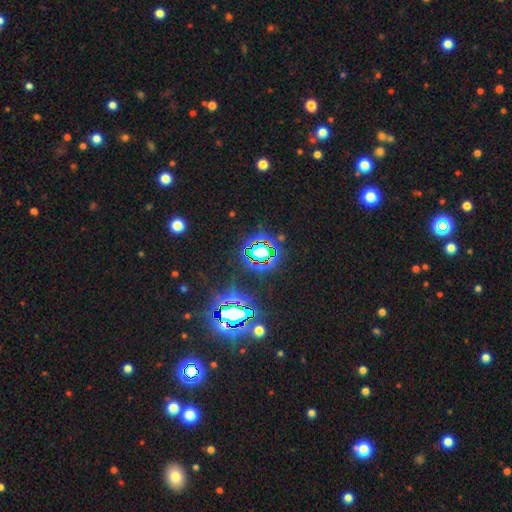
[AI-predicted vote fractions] A star or artifact, not a galaxy (84%).

Vote fractions:
- Smooth or featured? star or artifact: 84% / smooth: 9% / featured or disk: 7%